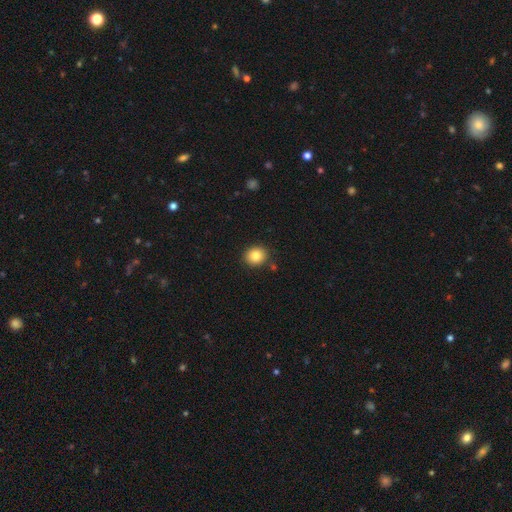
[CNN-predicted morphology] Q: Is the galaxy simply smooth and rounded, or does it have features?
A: smooth — 83%.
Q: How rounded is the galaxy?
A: round — 77%.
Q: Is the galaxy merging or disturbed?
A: none — 87%.